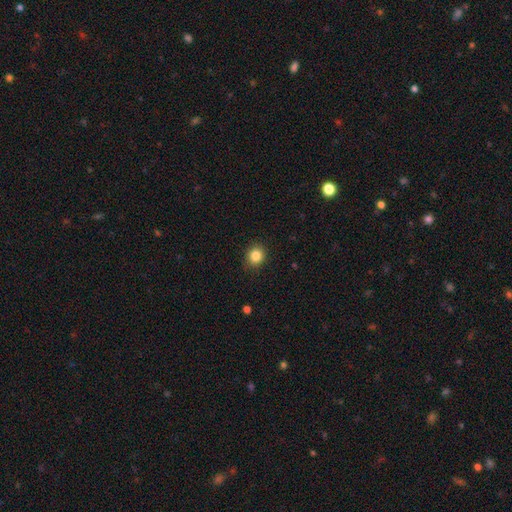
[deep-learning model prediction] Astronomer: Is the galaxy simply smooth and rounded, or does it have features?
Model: smooth — 85%.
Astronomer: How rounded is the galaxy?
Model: round — 81%.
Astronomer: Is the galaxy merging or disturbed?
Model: none — 88%.